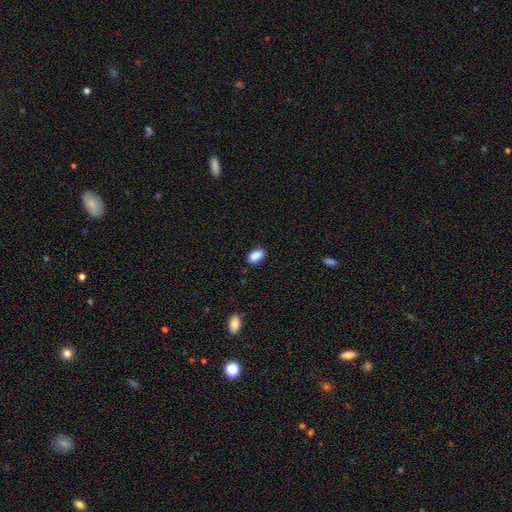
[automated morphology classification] The model was most divided on "merging": none: 88%, minor disturbance: 9%, major disturbance: 2%, merger: 1%. More confident: how rounded — in between (90%); smooth or featured — smooth (89%).